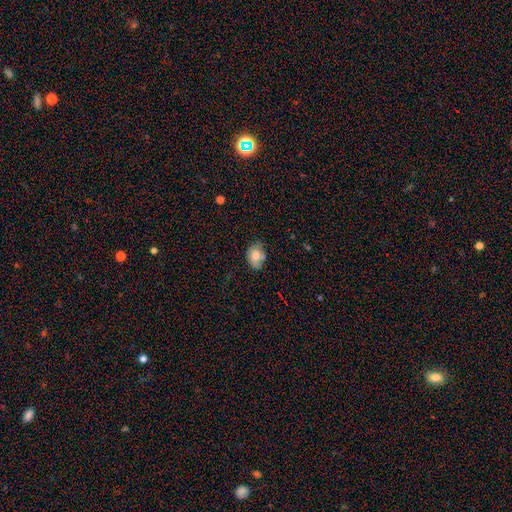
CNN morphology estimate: smooth 71%, featured or disk 20%, star or artifact 9%. Down the decision tree: how rounded — in between (66%); merging — none (59%).